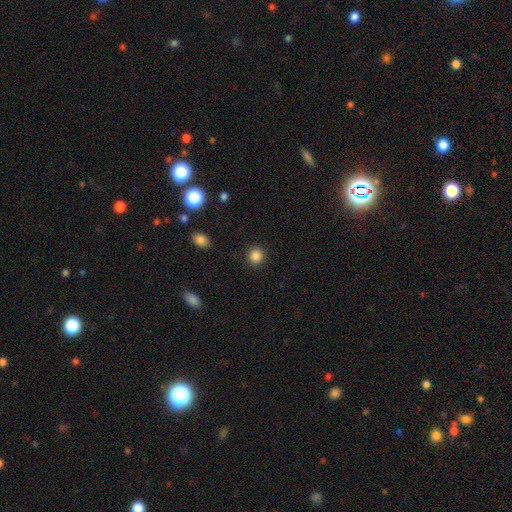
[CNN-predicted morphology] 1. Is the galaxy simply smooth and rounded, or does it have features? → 86% smooth, 11% star or artifact, 4% featured or disk.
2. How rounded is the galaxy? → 92% round, 7% in between, 1% cigar-shaped.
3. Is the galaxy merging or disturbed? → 91% none, 5% minor disturbance, 2% major disturbance, 1% merger.